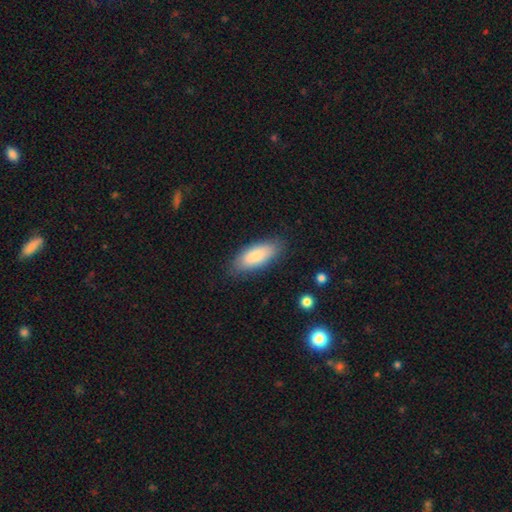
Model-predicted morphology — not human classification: The model was most divided on "how rounded": in between: 81%, cigar-shaped: 18%, round: 2%. More confident: smooth or featured — smooth (84%); merging — none (84%).